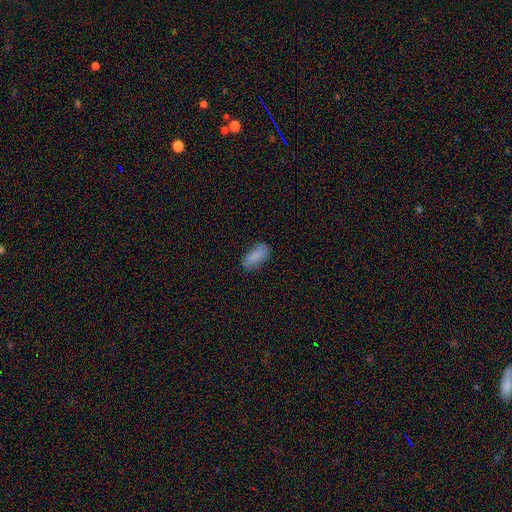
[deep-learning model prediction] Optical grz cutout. It shows a smooth galaxy with no disk features (84%) that is in between round and cigar-shaped (90%). Merging: none (73%).